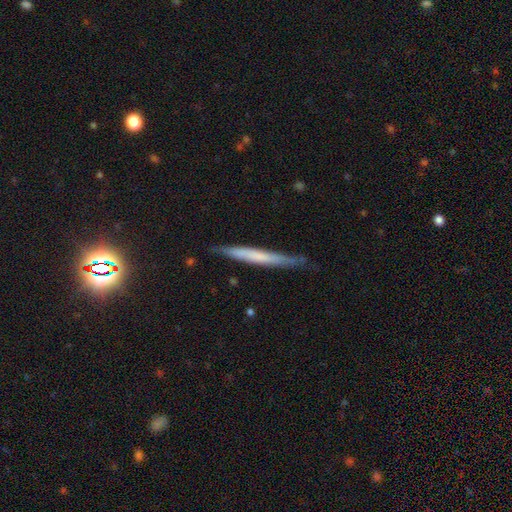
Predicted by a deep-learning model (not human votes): smooth-or-featured: smooth: 50% | featured or disk: 44% | star or artifact: 6%
  merging: none: 82% | minor disturbance: 14% | major disturbance: 2% | merger: 1%